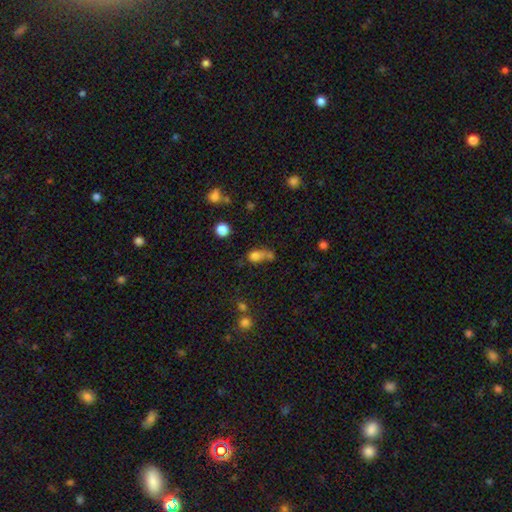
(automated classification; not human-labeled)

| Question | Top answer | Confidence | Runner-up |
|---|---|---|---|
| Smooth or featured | smooth | 74% | star or artifact (15%) |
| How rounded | in between | 52% | round (44%) |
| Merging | merger | 36% | none (34%) |